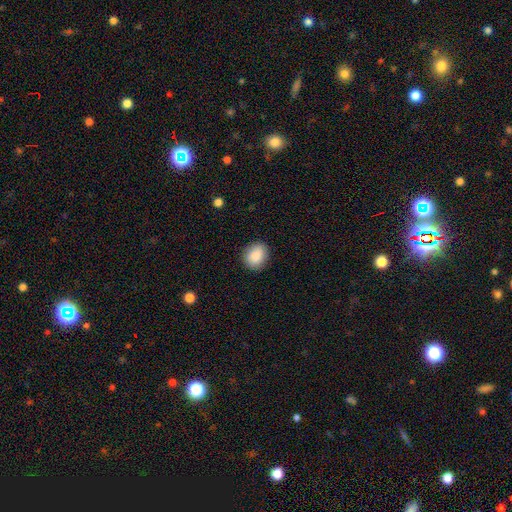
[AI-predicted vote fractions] Smooth or featured: smooth — 89% (star or artifact — 7%)
How rounded: round — 59% (in between — 40%)
Merging: none — 87% (minor disturbance — 9%)